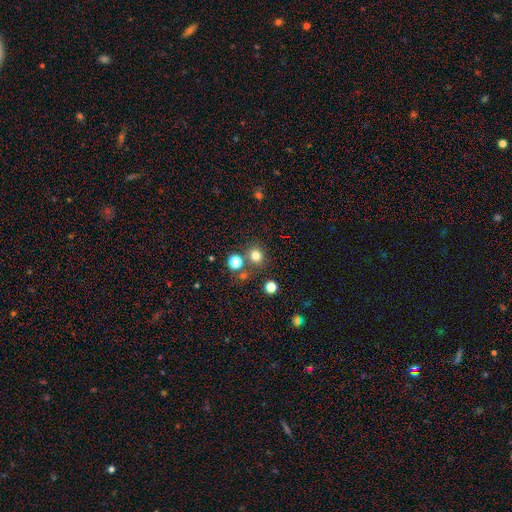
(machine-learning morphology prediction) This appears to be a smooth galaxy with no disk features (76%) that is round (85%). Merging: none (77%).